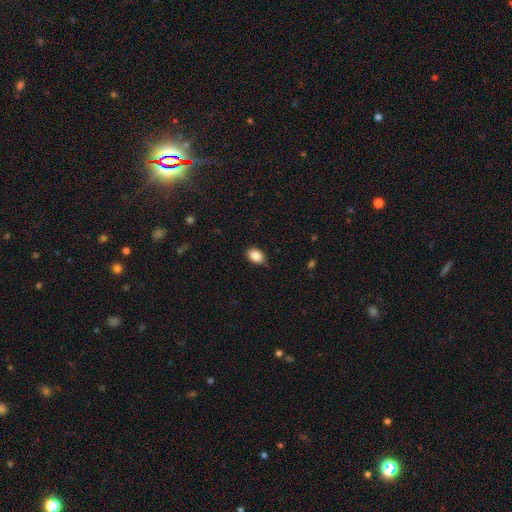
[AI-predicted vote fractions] The model was most divided on "merging": none: 80%, minor disturbance: 16%, major disturbance: 3%, merger: 1%. More confident: smooth or featured — smooth (87%); how rounded — in between (82%).